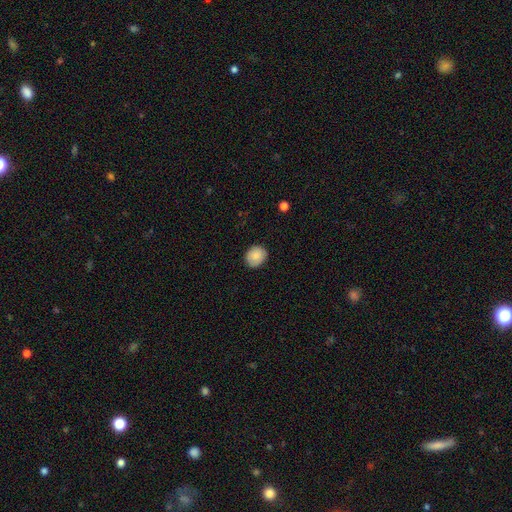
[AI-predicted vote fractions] A smooth galaxy with no disk features (86%) that is round (70%). Merging: none (86%).